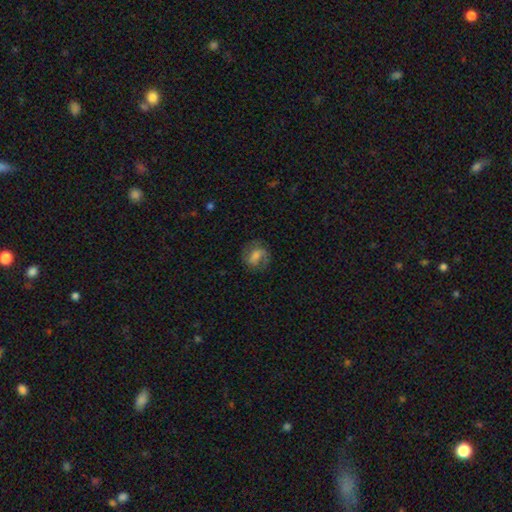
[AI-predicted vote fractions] Smooth or featured?
  - featured or disk: 54% *
  - smooth: 37%
  - star or artifact: 9%
Edge-on disk?
  - no: 96% *
  - yes: 4%
Bar?
  - weak: 46% *
  - no: 29%
  - strong: 25%
Spiral arms?
  - yes: 85% *
  - no: 15%
Bulge size?
  - moderate: 35% *
  - small: 29%
  - none: 18%
  - large: 15%
  - dominant: 2%
Merging?
  - none: 71% *
  - minor disturbance: 17%
  - major disturbance: 11%
  - merger: 1%